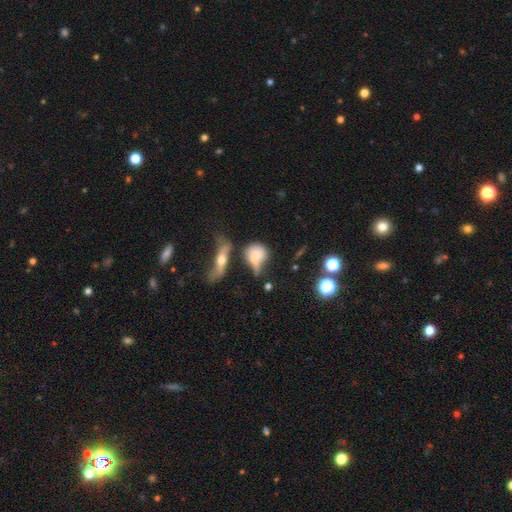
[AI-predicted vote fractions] Smooth or featured? Predicted: smooth (p=0.64). How rounded? Predicted: round (p=0.49). Merging? Predicted: merger (p=0.28).